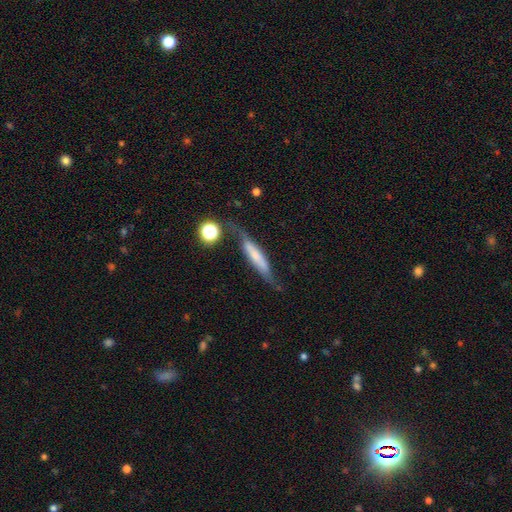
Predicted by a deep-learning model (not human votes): Smooth or featured: featured or disk — 49% (smooth — 44%)
Merging: none — 59% (minor disturbance — 24%)